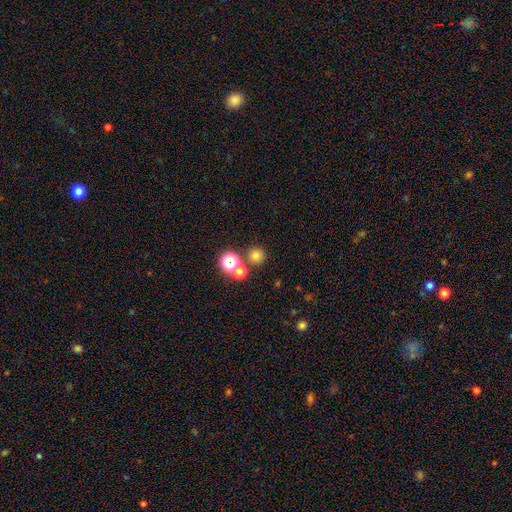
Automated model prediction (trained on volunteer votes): This appears to be a smooth galaxy with no disk features (70%) that is round (94%). Merging: none (76%).